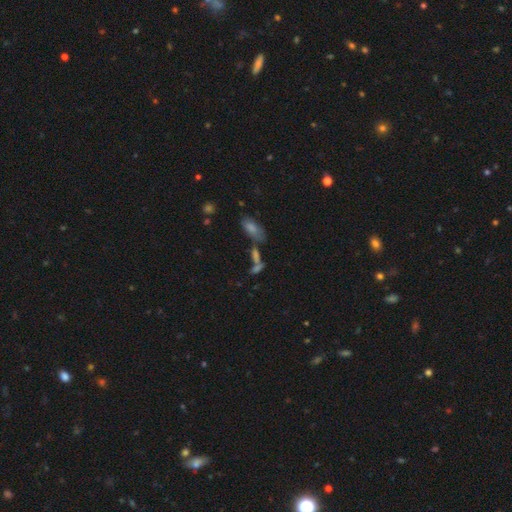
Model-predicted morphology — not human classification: A smooth galaxy with no disk features (47%).

Vote fractions:
- Smooth or featured? smooth: 47% / star or artifact: 29% / featured or disk: 23%
- Merging? none: 46% / merger: 35% / minor disturbance: 11% / major disturbance: 8%